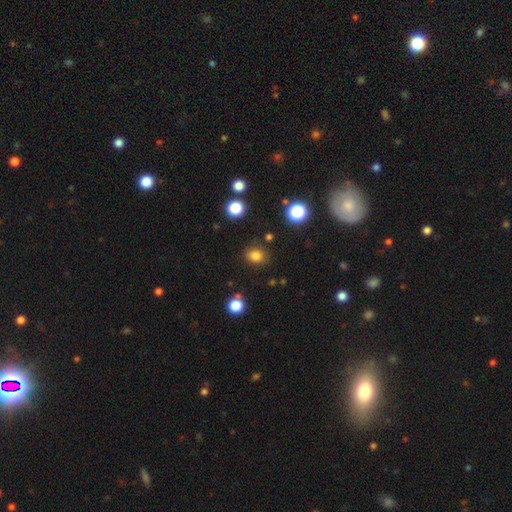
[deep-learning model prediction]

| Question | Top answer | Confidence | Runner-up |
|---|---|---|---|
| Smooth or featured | smooth | 81% | star or artifact (14%) |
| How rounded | round | 59% | in between (40%) |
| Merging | none | 83% | minor disturbance (11%) |